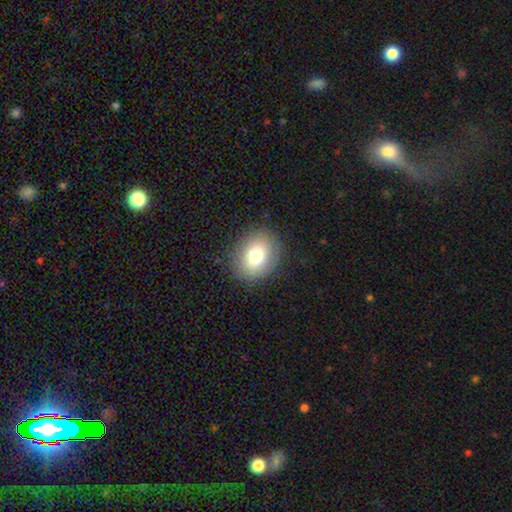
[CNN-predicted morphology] Smooth or featured? Predicted: smooth (p=0.75). How rounded? Predicted: round (p=0.56). Merging? Predicted: none (p=0.85).